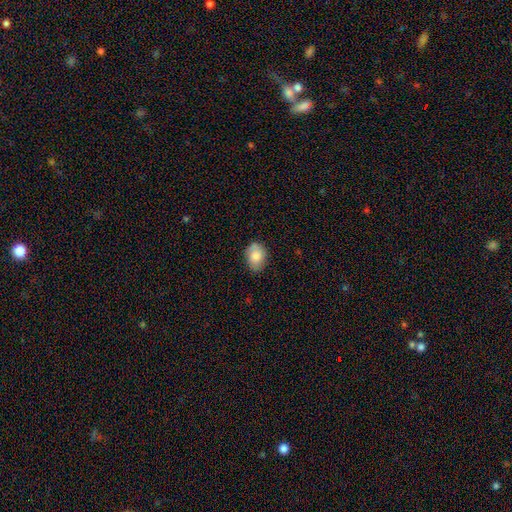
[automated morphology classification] This is clearly a smooth galaxy (81%). How rounded: likely in between (64%). Merging: likely none (74%).